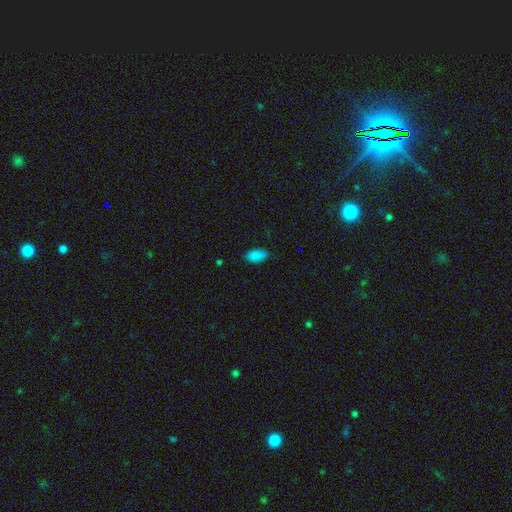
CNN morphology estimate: type=smooth (87%); roundness=in between (92%); merging=none (83%).